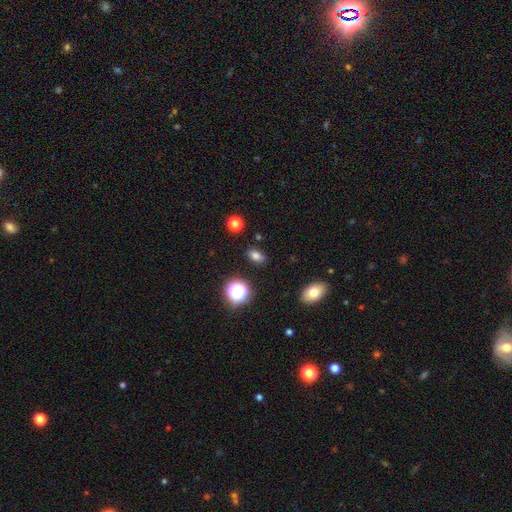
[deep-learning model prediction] Morphology: type=smooth (77%); roundness=in between (81%); merging=none (86%).